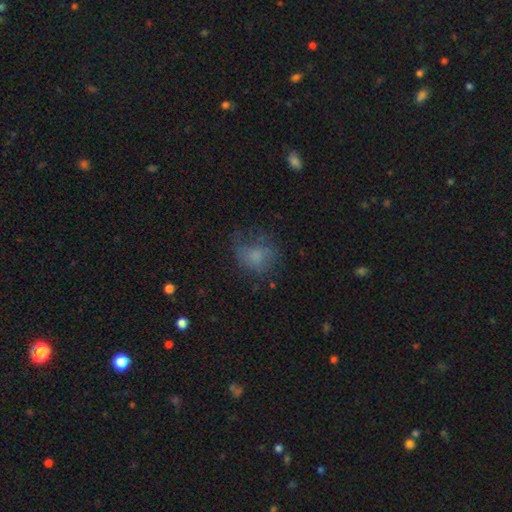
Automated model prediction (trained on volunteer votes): Morphology: type=smooth (65%); roundness=round (61%); merging=none (49%).